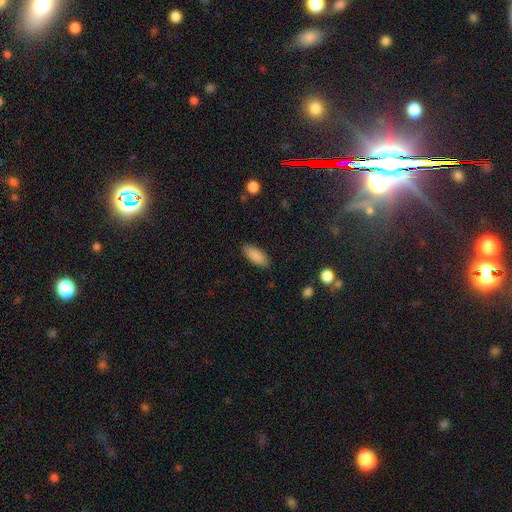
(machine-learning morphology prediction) Smooth or featured: smooth — 88% (star or artifact — 7%)
How rounded: in between — 85% (cigar-shaped — 13%)
Merging: none — 87% (minor disturbance — 10%)